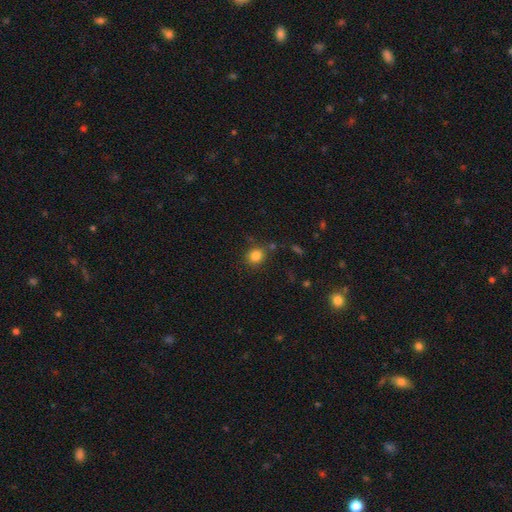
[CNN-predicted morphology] This appears to be a smooth galaxy with no disk features (83%) that is round (77%). Merging: none (78%).